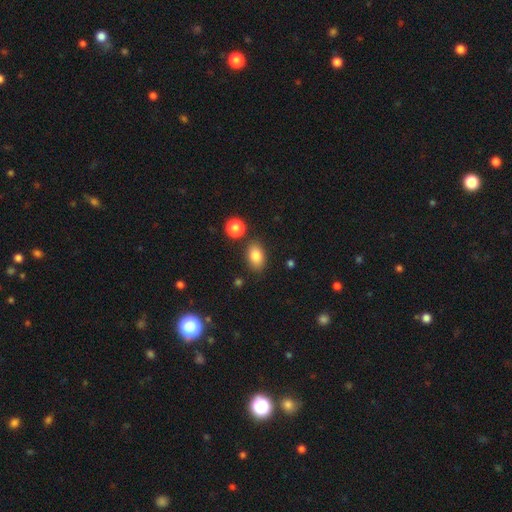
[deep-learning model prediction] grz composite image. It shows a smooth galaxy with no disk features (84%) that is in between round and cigar-shaped (86%). Merging: none (81%).